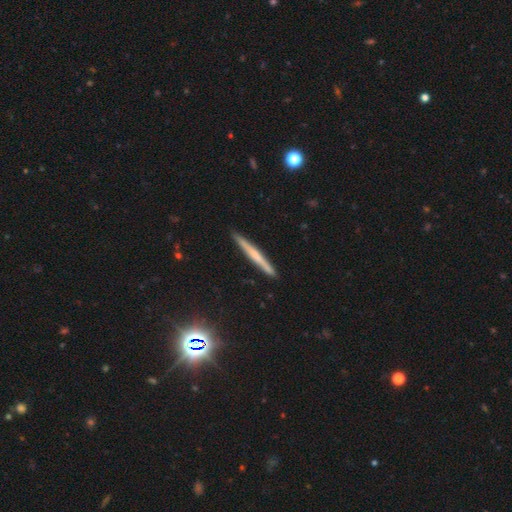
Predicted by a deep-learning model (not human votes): Smooth or featured?
  - featured or disk: 51% *
  - smooth: 41%
  - star or artifact: 9%
Edge-on disk?
  - yes: 97% *
  - no: 3%
Merging?
  - none: 91% *
  - minor disturbance: 7%
  - major disturbance: 1%
  - merger: 1%